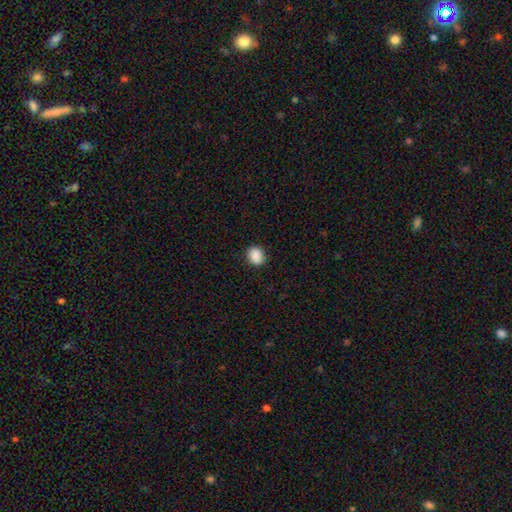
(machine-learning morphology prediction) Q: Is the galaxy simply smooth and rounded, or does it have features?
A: smooth — 89%.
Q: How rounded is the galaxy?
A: round — 64%.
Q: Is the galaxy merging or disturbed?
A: none — 89%.